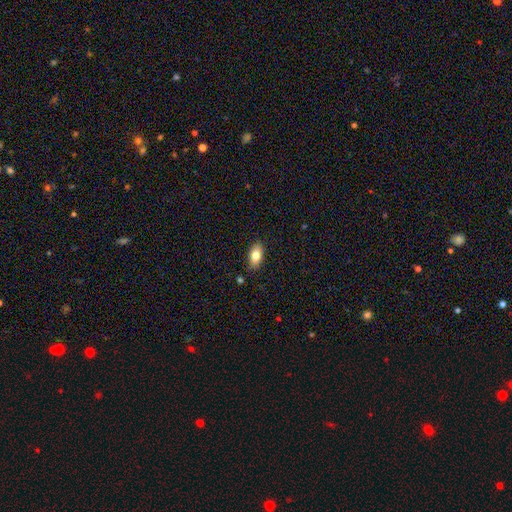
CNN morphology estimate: A smooth galaxy with no disk features (78%) that is in between round and cigar-shaped (90%).

Vote fractions:
- Smooth or featured? smooth: 78% / featured or disk: 14% / star or artifact: 7%
- How rounded? in between: 90% / cigar-shaped: 6% / round: 4%
- Merging? none: 86% / minor disturbance: 11% / major disturbance: 2% / merger: 2%